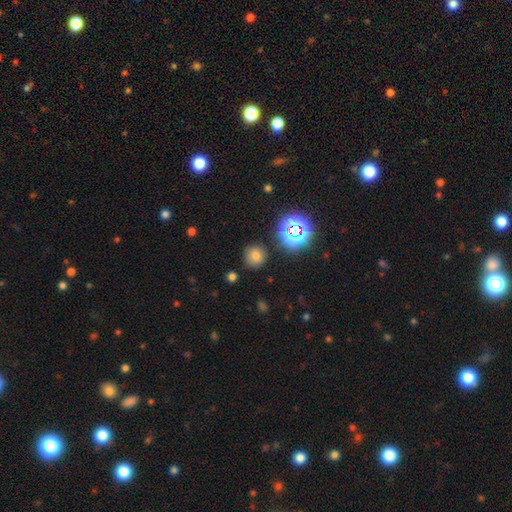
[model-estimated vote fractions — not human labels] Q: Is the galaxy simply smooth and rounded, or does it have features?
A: smooth — 73%.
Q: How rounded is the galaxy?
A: round — 90%.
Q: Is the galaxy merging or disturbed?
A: none — 85%.